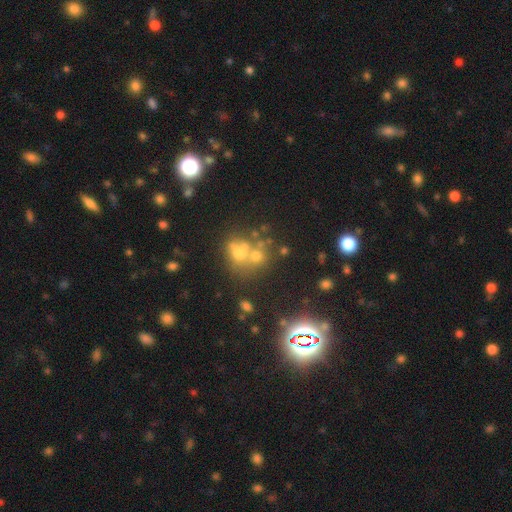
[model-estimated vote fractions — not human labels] Smooth or featured: smooth — 48% (featured or disk — 28%)
Merging: merger — 43% (none — 37%)